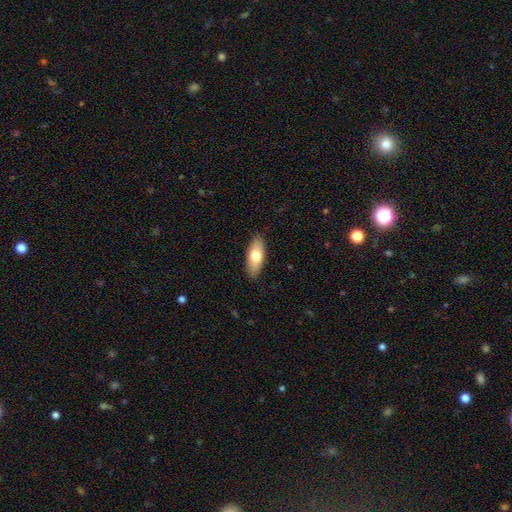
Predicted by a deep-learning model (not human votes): A smooth galaxy with no disk features (72%) that is in between round and cigar-shaped (80%).

Vote fractions:
- Smooth or featured? smooth: 72% / featured or disk: 22% / star or artifact: 6%
- How rounded? in between: 80% / cigar-shaped: 17% / round: 3%
- Merging? none: 88% / minor disturbance: 9% / major disturbance: 2% / merger: 1%